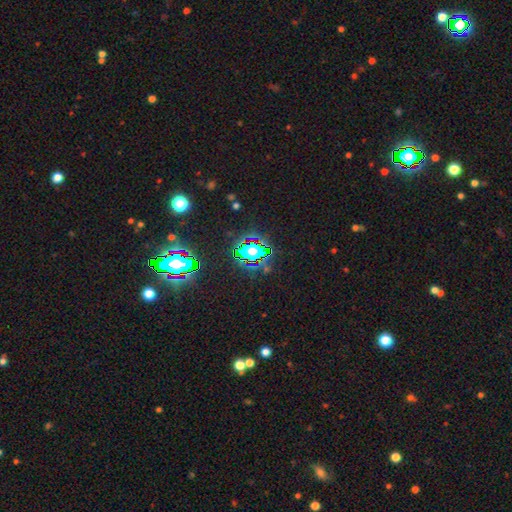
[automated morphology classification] Overall: star or artifact (66%).